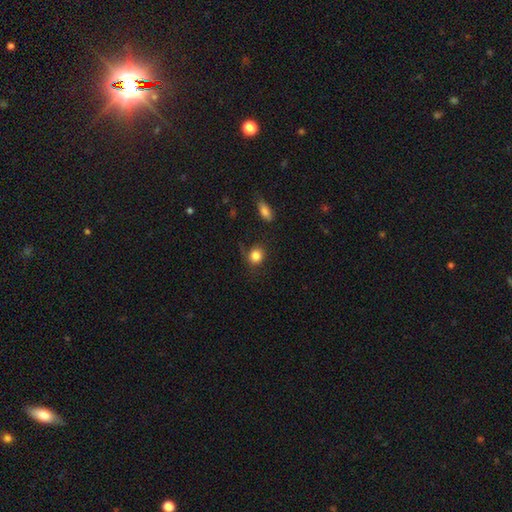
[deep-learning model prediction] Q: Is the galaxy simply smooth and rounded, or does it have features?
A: smooth — 84%.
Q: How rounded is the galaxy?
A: round — 80%.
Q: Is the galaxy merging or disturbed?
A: none — 70%.